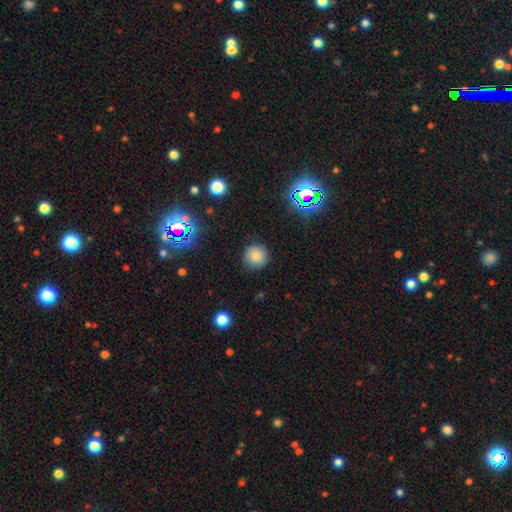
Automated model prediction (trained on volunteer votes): Morphology: type=smooth (79%); roundness=round (94%); merging=none (87%).